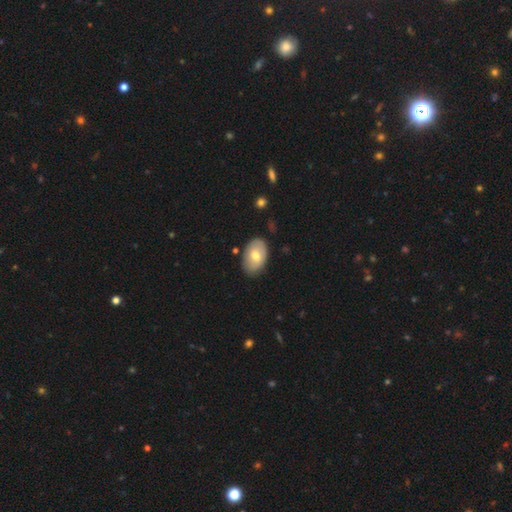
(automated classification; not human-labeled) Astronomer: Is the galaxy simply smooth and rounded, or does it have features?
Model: smooth — 67%.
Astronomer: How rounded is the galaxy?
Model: in between — 90%.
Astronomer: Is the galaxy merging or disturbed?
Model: none — 82%.